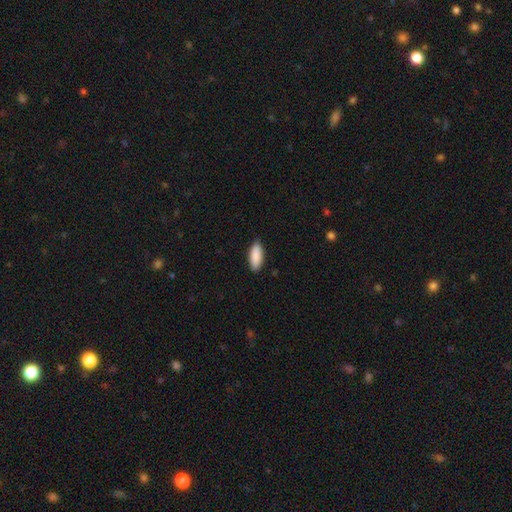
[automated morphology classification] A smooth galaxy with no disk features (89%) that is in between round and cigar-shaped (79%).

Vote fractions:
- Smooth or featured? smooth: 89% / star or artifact: 6% / featured or disk: 5%
- How rounded? in between: 79% / cigar-shaped: 19% / round: 2%
- Merging? none: 85% / minor disturbance: 12% / major disturbance: 2% / merger: 1%